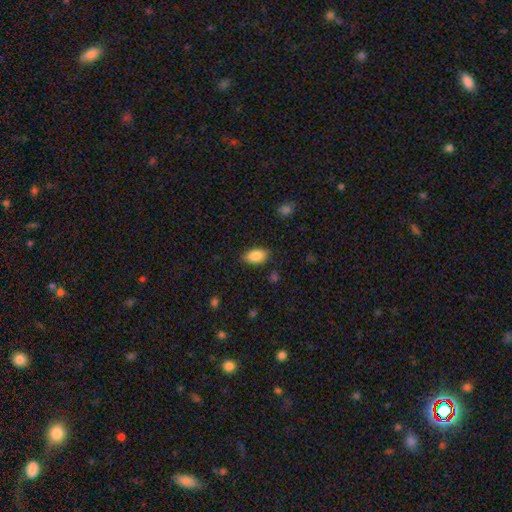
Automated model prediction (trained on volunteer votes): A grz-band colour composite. It shows a smooth galaxy with no disk features (86%) that is in between round and cigar-shaped (91%). Merging: none (83%).